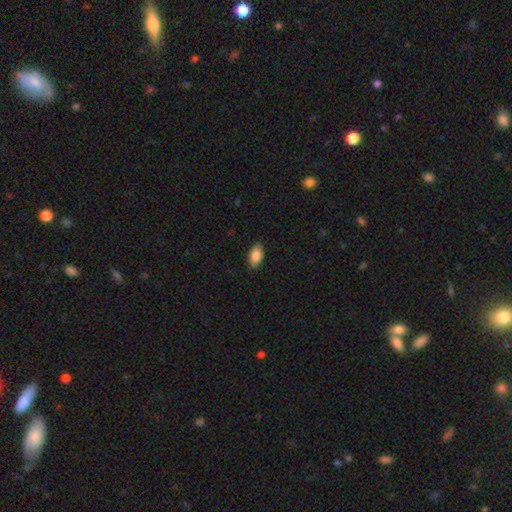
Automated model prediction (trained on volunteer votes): Morphology: type=smooth (87%); roundness=in between (93%); merging=none (87%).